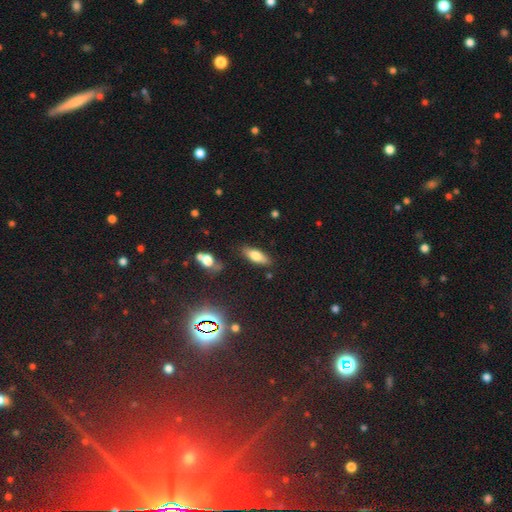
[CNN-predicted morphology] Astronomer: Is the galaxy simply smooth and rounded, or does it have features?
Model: smooth — 69%.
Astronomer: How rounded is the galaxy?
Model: in between — 67%.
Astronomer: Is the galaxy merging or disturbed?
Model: none — 82%.